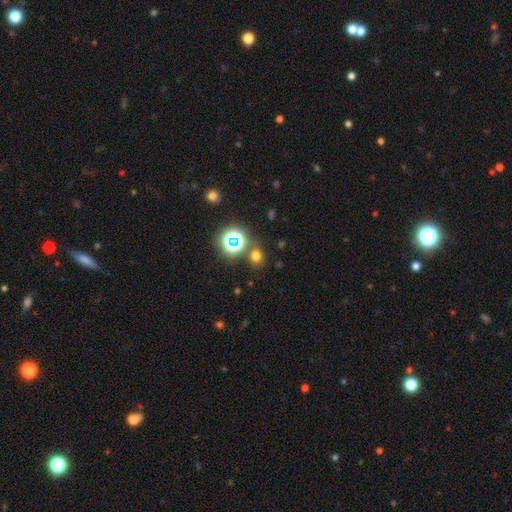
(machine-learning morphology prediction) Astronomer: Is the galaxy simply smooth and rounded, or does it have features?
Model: smooth — 64%.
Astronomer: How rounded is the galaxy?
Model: round — 73%.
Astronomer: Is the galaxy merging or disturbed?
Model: none — 81%.